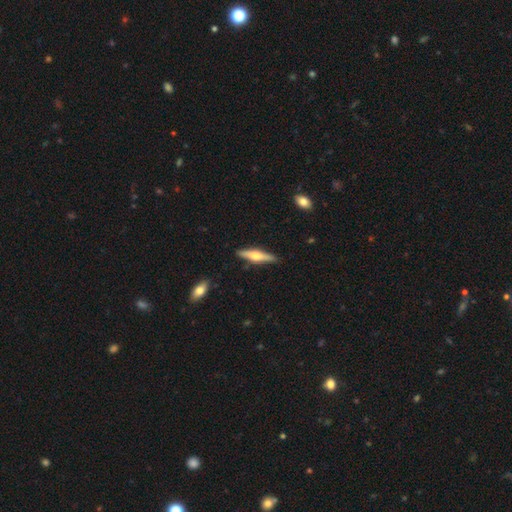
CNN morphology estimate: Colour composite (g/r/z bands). It shows a featured or disk galaxy (63%) viewed edge-on (97%) with a rounded central bulge (89%). Merging: none (89%).